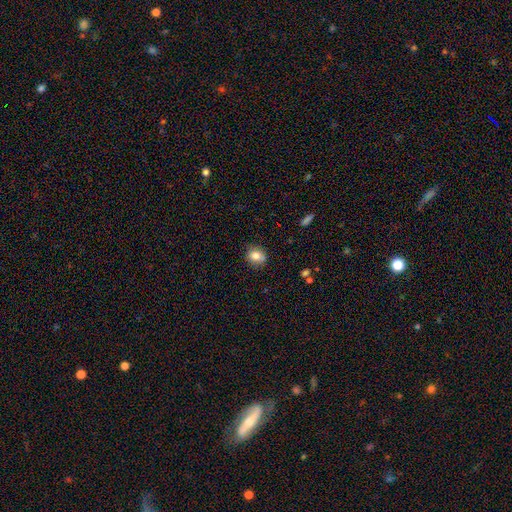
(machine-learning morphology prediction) A smooth galaxy with no disk features (79%) that is round (69%).

Vote fractions:
- Smooth or featured? smooth: 79% / featured or disk: 11% / star or artifact: 10%
- How rounded? round: 69% / in between: 30% / cigar-shaped: 1%
- Merging? none: 81% / minor disturbance: 14% / major disturbance: 3% / merger: 2%